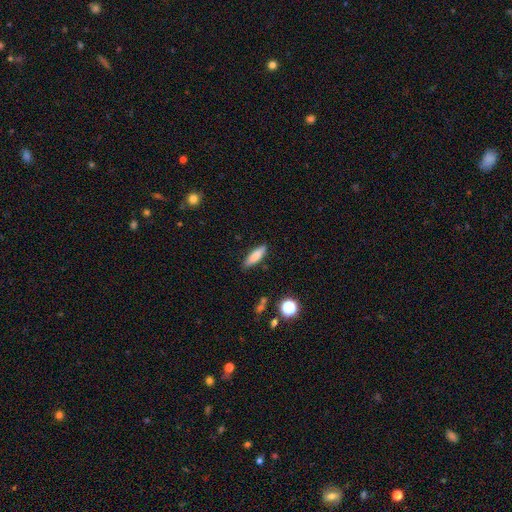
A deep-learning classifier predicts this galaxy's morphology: This appears to be a smooth galaxy with no disk features (81%) that is cigar-shaped (52%). Merging: none (86%).